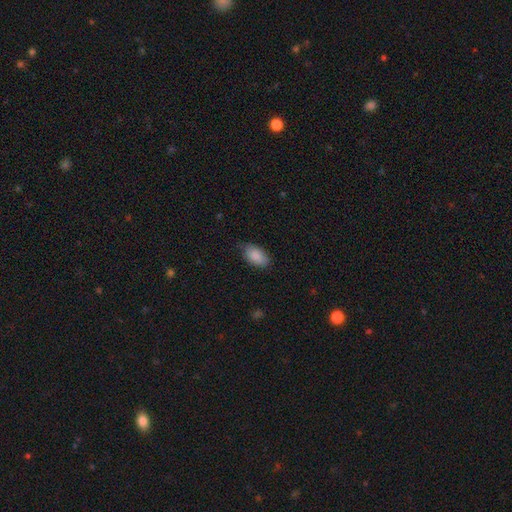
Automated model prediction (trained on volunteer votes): Smooth or featured? Predicted: smooth (p=0.88). How rounded? Predicted: in between (p=0.93). Merging? Predicted: none (p=0.71).